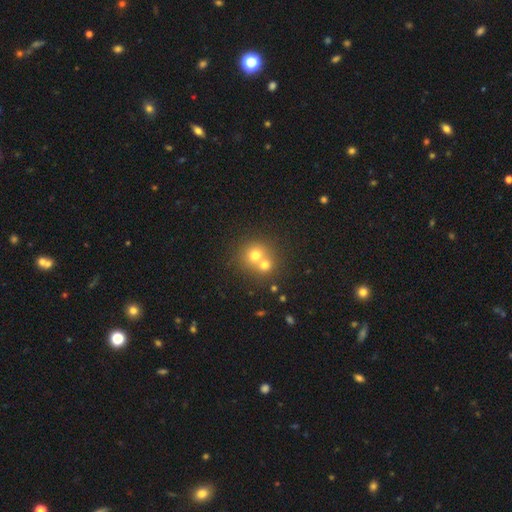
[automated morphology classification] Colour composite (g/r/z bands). It shows a smooth galaxy with no disk features (70%) that is round (84%). Merging: merger (56%).